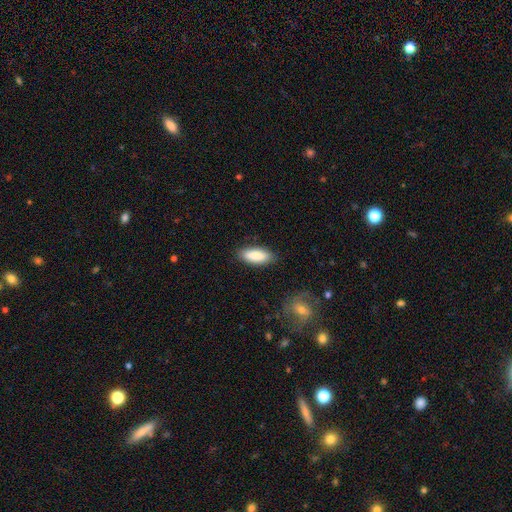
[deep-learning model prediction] Overall: smooth (86%). How rounded: in between (78%). Merging: none (86%).